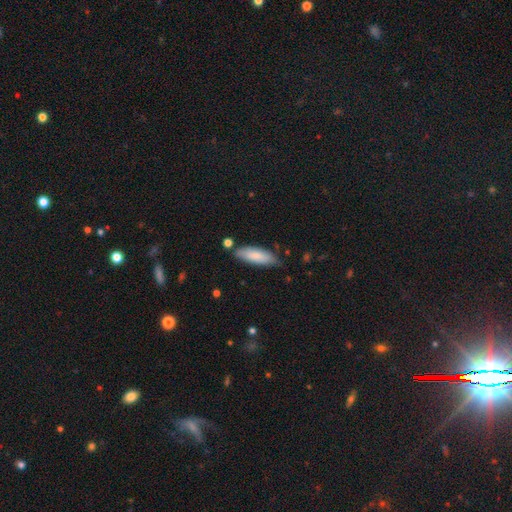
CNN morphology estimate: A smooth galaxy with no disk features (83%) that is in between round and cigar-shaped (56%). Merging: none (76%).